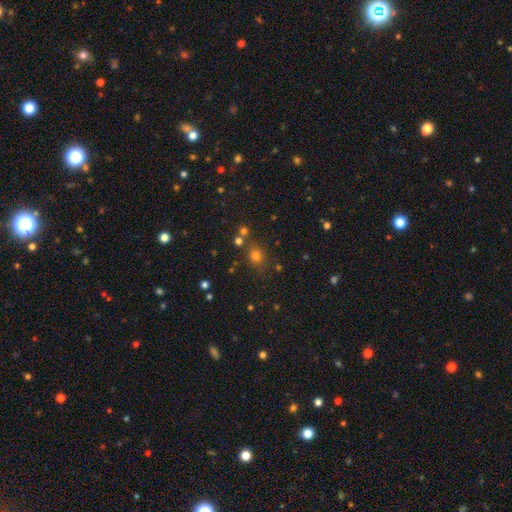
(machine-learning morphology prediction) A smooth galaxy with no disk features (66%) that is round (77%). Merging: none (76%).